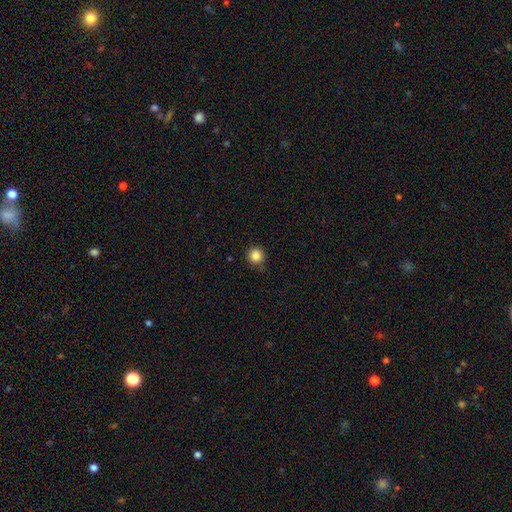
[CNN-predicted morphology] Smooth or featured?
  - smooth: 85% *
  - star or artifact: 11%
  - featured or disk: 4%
How rounded?
  - round: 94% *
  - in between: 5%
  - cigar-shaped: 1%
Merging?
  - none: 83% *
  - minor disturbance: 13%
  - major disturbance: 2%
  - merger: 1%